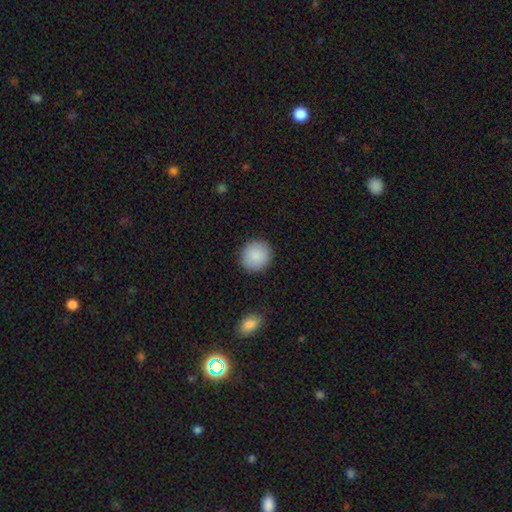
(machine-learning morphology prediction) smooth-or-featured: smooth: 90% | star or artifact: 7% | featured or disk: 3%
  how-rounded: round: 90% | in between: 9% | cigar-shaped: 1%
  merging: none: 91% | minor disturbance: 6% | major disturbance: 2% | merger: 1%